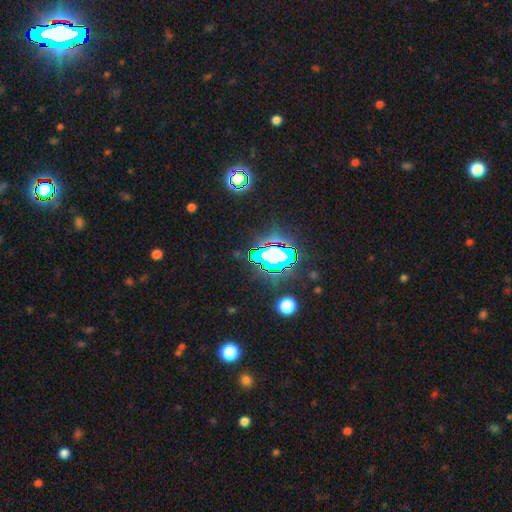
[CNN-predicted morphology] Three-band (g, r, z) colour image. It shows a star or artifact, not a galaxy (74%).